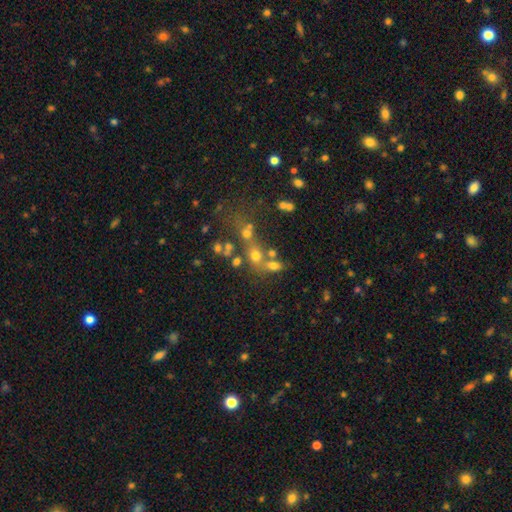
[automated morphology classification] A smooth galaxy with no disk features (47%). Merging: merger (43%).